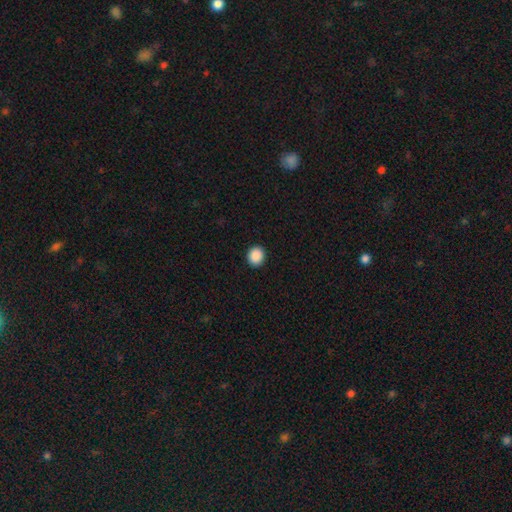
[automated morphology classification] This is clearly a smooth galaxy (89%). How rounded: likely round (76%). Merging: clearly none (92%).